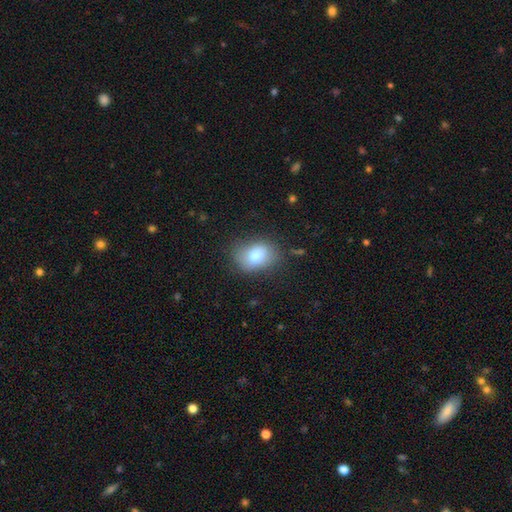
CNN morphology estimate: smooth-or-featured: smooth: 80% | featured or disk: 12% | star or artifact: 8%
  how-rounded: in between: 71% | round: 28% | cigar-shaped: 1%
  merging: none: 68% | minor disturbance: 22% | major disturbance: 7% | merger: 2%